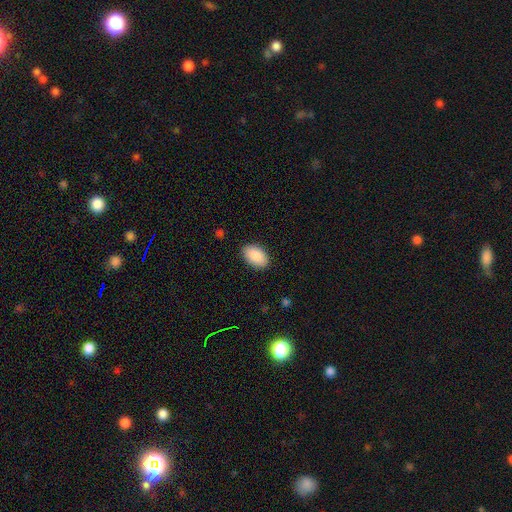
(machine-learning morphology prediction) smooth-or-featured: smooth: 90% | star or artifact: 6% | featured or disk: 4%
  how-rounded: in between: 94% | round: 5% | cigar-shaped: 1%
  merging: none: 87% | minor disturbance: 10% | major disturbance: 2% | merger: 1%